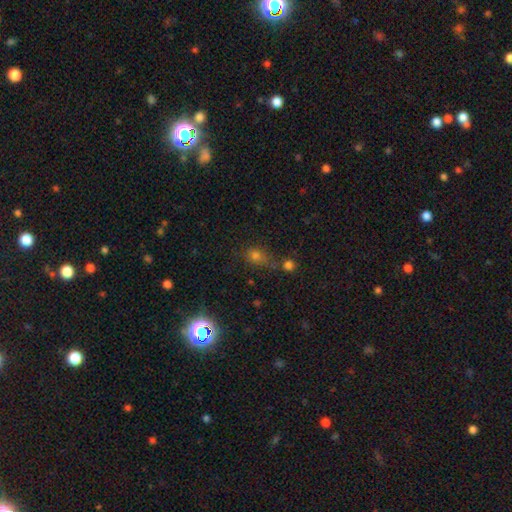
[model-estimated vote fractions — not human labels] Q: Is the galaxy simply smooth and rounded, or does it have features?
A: smooth — 58%.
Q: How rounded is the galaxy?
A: round — 63%.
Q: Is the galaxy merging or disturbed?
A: none — 53%.